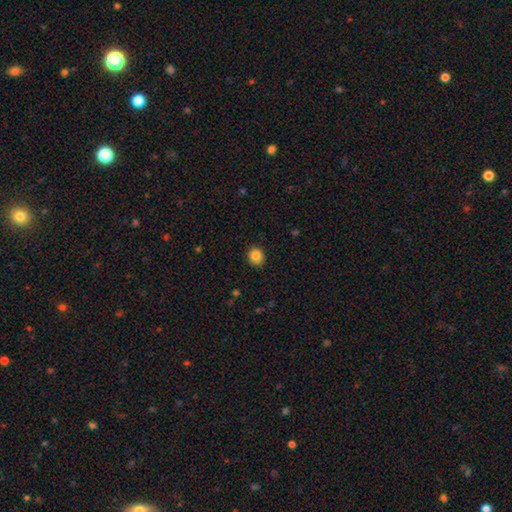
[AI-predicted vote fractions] A smooth galaxy with no disk features (85%) that is round (78%).

Vote fractions:
- Smooth or featured? smooth: 85% / star or artifact: 10% / featured or disk: 5%
- How rounded? round: 78% / in between: 21% / cigar-shaped: 1%
- Merging? none: 88% / minor disturbance: 9% / major disturbance: 2% / merger: 1%